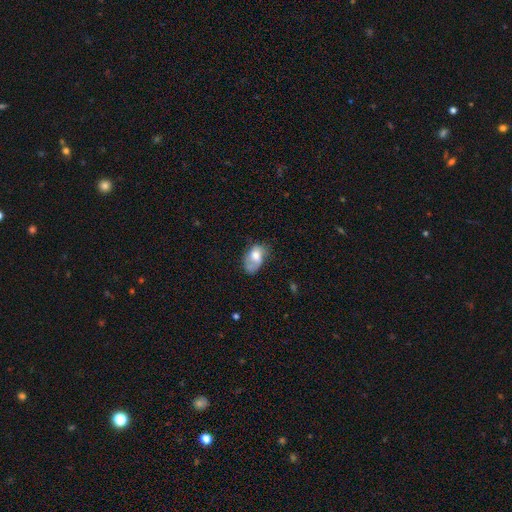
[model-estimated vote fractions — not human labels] Smooth or featured? smooth (58%)
How rounded? in between (88%)
Merging? none (42%)